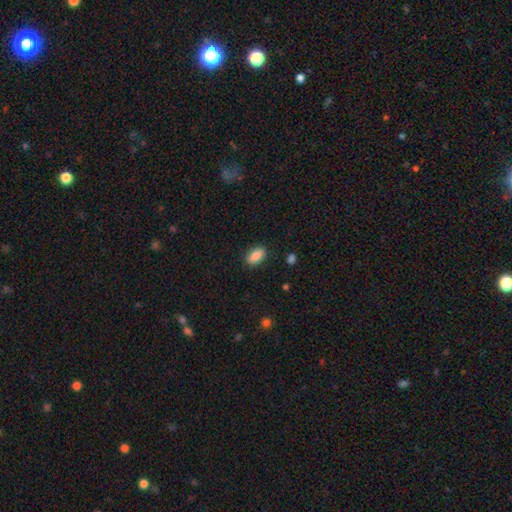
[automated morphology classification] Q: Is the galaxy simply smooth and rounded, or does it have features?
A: smooth — 88%.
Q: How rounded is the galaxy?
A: in between — 91%.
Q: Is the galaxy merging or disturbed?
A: none — 87%.